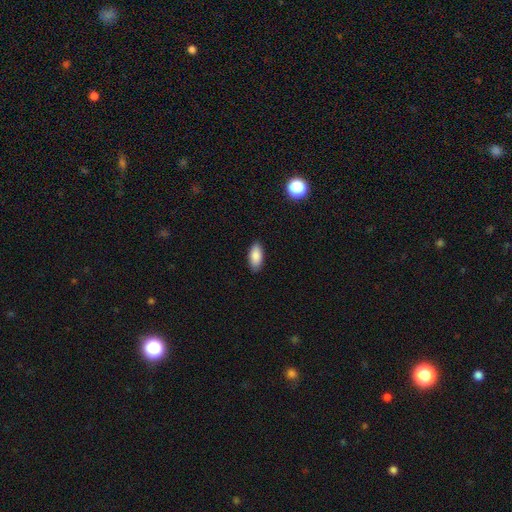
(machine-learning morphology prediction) smooth 88%, star or artifact 7%, featured or disk 5%. Down the decision tree: how rounded — in between (90%); merging — none (88%).